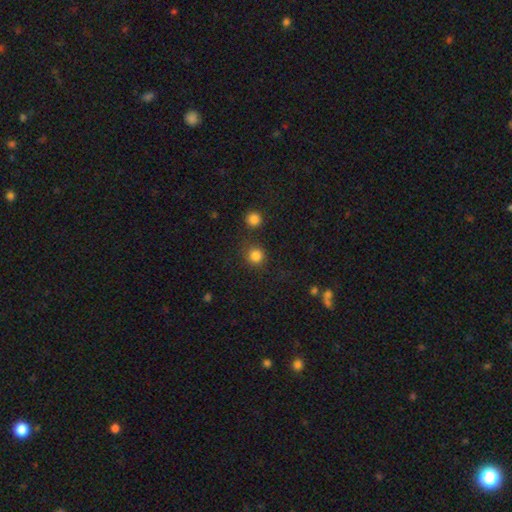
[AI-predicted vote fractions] A smooth galaxy with no disk features (83%) that is round (93%). Merging: none (84%).